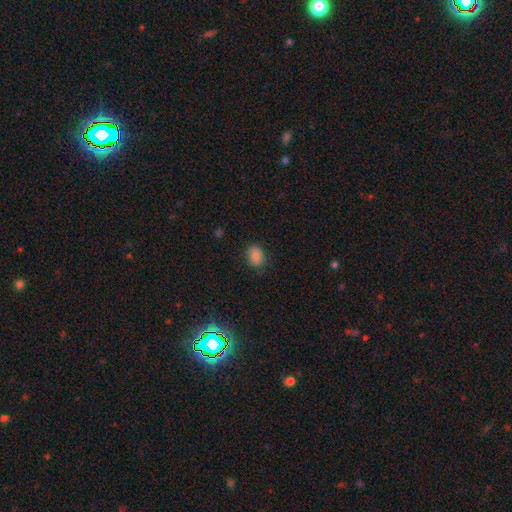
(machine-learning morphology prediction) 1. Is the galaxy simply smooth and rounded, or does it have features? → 83% smooth, 11% star or artifact, 6% featured or disk.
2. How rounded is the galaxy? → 58% in between, 41% round, 1% cigar-shaped.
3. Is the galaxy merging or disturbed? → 82% none, 13% minor disturbance, 3% major disturbance, 1% merger.